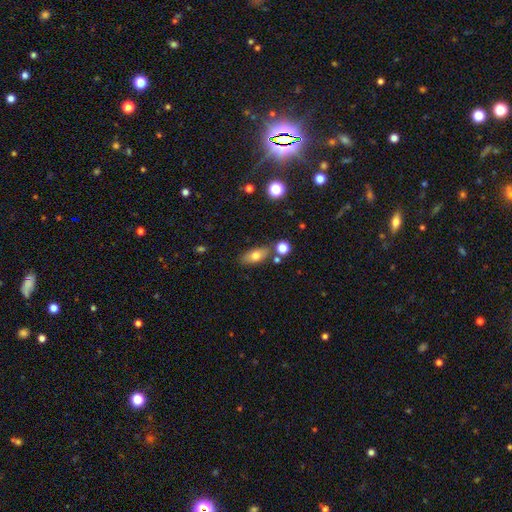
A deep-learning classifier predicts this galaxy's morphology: Smooth or featured? smooth (73%)
How rounded? in between (81%)
Merging? none (72%)